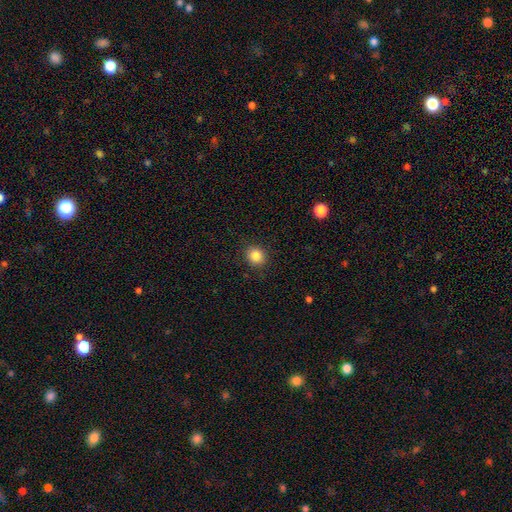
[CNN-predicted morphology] Overall: smooth (85%). How rounded: round (85%). Merging: none (90%).